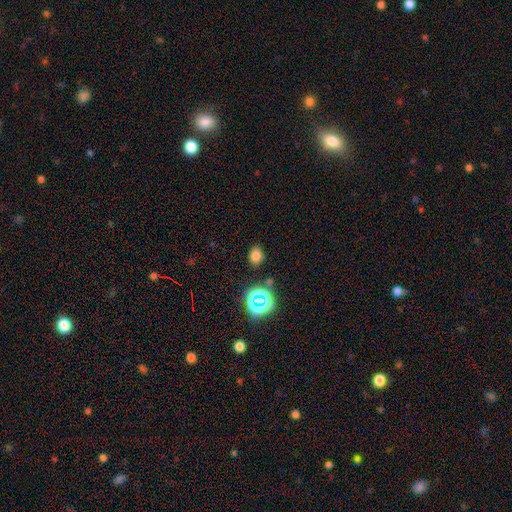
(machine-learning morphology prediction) Smooth or featured? Predicted: smooth (p=0.74). How rounded? Predicted: in between (p=0.53). Merging? Predicted: none (p=0.83).